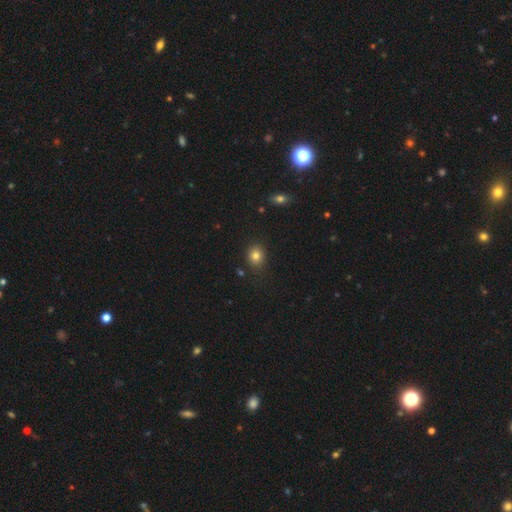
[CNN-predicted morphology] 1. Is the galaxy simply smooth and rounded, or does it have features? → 81% smooth, 12% star or artifact, 7% featured or disk.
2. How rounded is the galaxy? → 60% round, 39% in between, 1% cigar-shaped.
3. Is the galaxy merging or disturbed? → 85% none, 11% minor disturbance, 3% major disturbance, 2% merger.